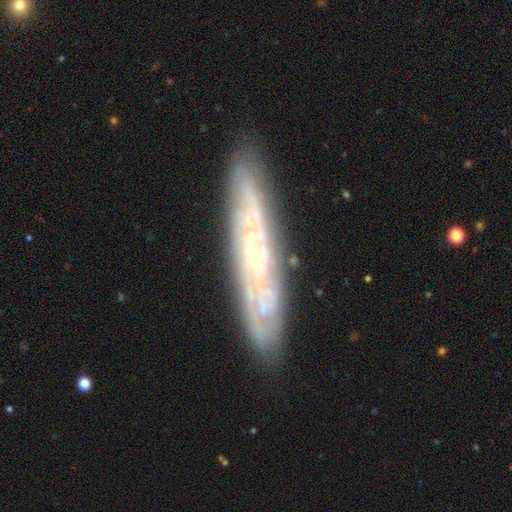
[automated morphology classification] smooth-or-featured: featured or disk: 80% | smooth: 13% | star or artifact: 6%
  disk-edge-on: no: 62% | yes: 38%
  merging: none: 84% | minor disturbance: 12% | major disturbance: 3% | merger: 2%